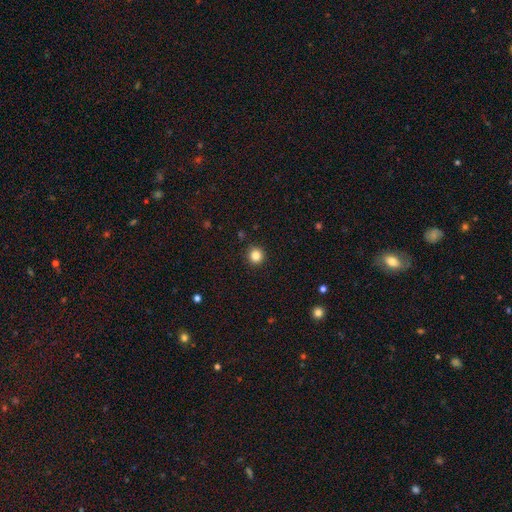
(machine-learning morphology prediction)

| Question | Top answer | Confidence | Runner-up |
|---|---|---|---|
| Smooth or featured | smooth | 84% | star or artifact (11%) |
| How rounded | round | 93% | in between (6%) |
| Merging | none | 92% | minor disturbance (6%) |